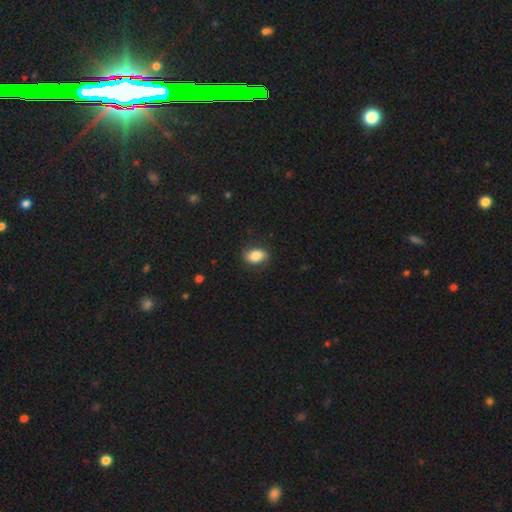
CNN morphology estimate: Overall: smooth (79%). How rounded: in between (79%). Merging: none (79%).